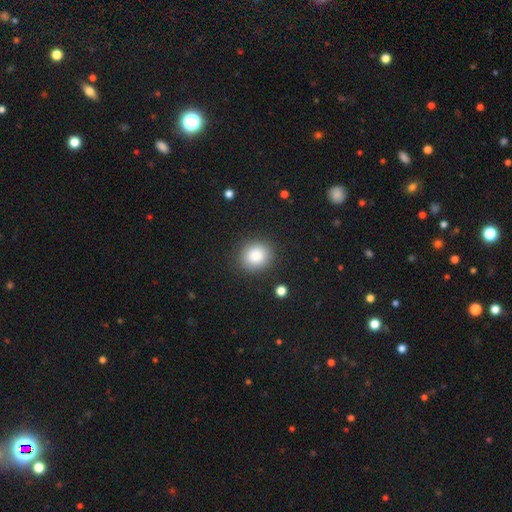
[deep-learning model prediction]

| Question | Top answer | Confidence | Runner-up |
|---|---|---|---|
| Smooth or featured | smooth | 86% | star or artifact (9%) |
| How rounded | round | 83% | in between (16%) |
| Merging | none | 88% | minor disturbance (7%) |